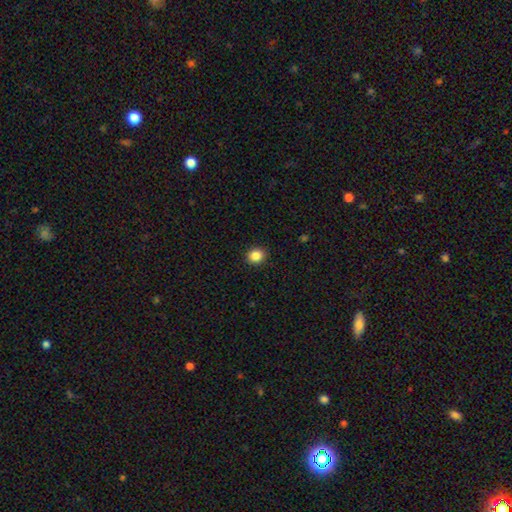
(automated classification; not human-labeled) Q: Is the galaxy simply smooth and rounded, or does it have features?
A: smooth — 86%.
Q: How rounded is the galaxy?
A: round — 77%.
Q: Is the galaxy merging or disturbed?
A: none — 92%.